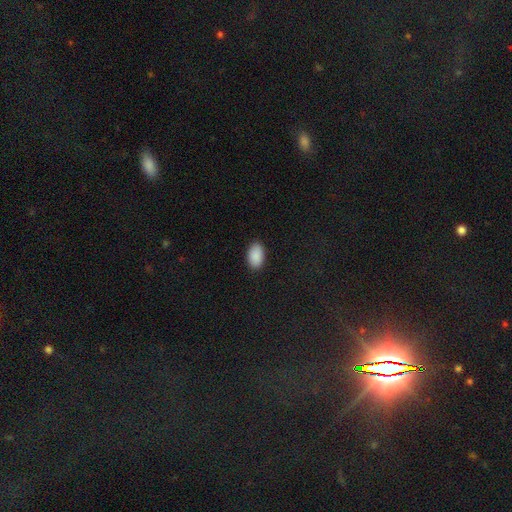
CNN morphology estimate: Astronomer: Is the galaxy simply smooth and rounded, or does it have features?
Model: smooth — 90%.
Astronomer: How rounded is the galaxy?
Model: in between — 94%.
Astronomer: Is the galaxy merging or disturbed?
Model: none — 89%.